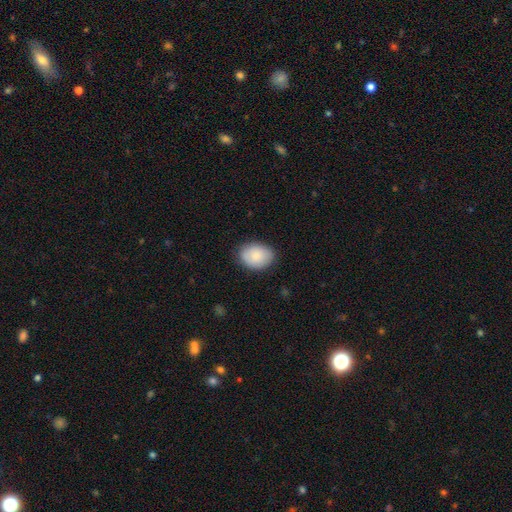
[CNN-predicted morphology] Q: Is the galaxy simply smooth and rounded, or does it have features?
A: smooth — 82%.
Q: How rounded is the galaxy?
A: in between — 67%.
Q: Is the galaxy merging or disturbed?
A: none — 83%.